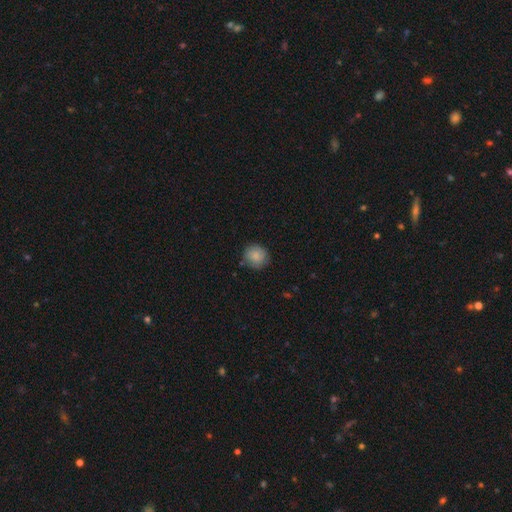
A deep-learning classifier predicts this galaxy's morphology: This appears to be a smooth galaxy with no disk features (83%) that is round (86%). Merging: none (79%).